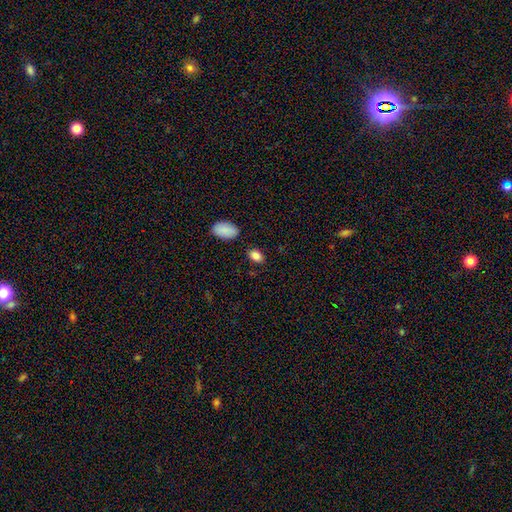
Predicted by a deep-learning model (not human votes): Morphology: type=smooth (86%); roundness=in between (85%); merging=none (84%).